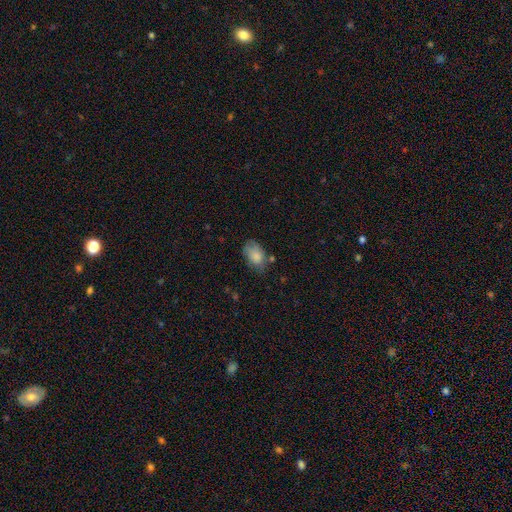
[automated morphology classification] smooth 81%, featured or disk 11%, star or artifact 8%. Down the decision tree: how rounded — in between (89%); merging — none (55%).